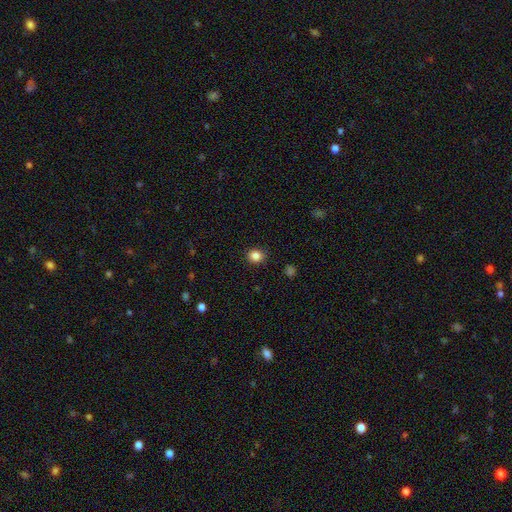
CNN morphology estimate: smooth 85%, star or artifact 11%, featured or disk 4%. Down the decision tree: how rounded — round (76%); merging — none (89%).